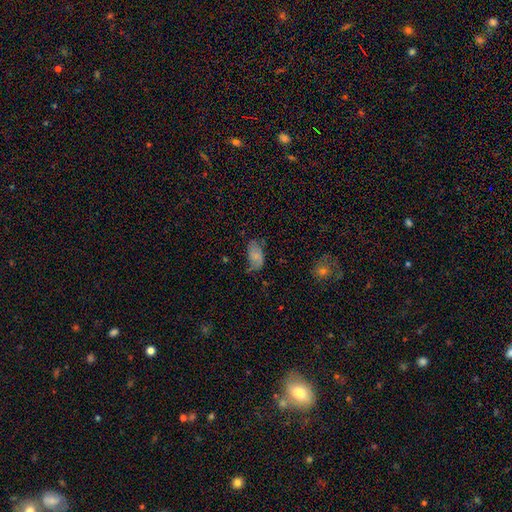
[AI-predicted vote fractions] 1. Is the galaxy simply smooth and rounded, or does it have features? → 57% smooth, 34% featured or disk, 9% star or artifact.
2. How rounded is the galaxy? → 93% in between, 5% round, 2% cigar-shaped.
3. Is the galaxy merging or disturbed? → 43% none, 35% minor disturbance, 19% major disturbance, 3% merger.